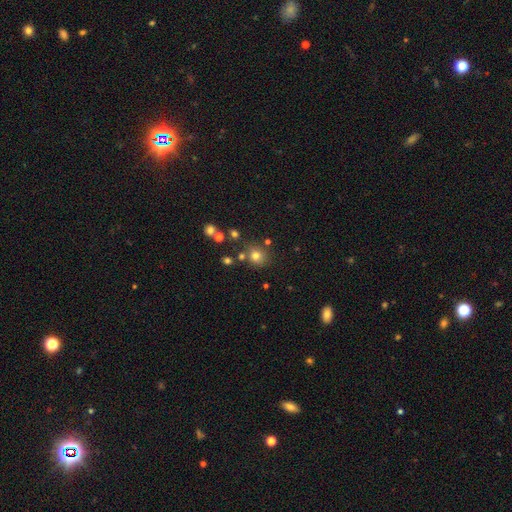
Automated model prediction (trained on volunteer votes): smooth_or_featured: smooth (p=0.75) [alt: star or artifact p=0.17]
how_rounded: round (p=0.85) [alt: in between p=0.14]
merging: none (p=0.76) [alt: minor disturbance p=0.10]